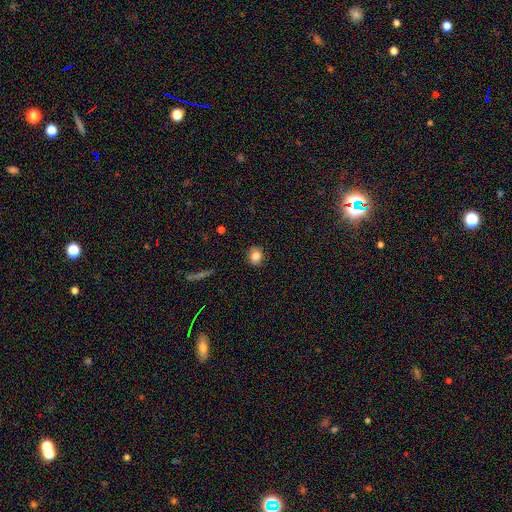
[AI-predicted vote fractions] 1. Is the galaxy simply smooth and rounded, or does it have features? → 83% smooth, 10% star or artifact, 7% featured or disk.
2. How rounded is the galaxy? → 65% round, 34% in between, 1% cigar-shaped.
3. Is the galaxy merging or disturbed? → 87% none, 10% minor disturbance, 2% major disturbance, 1% merger.